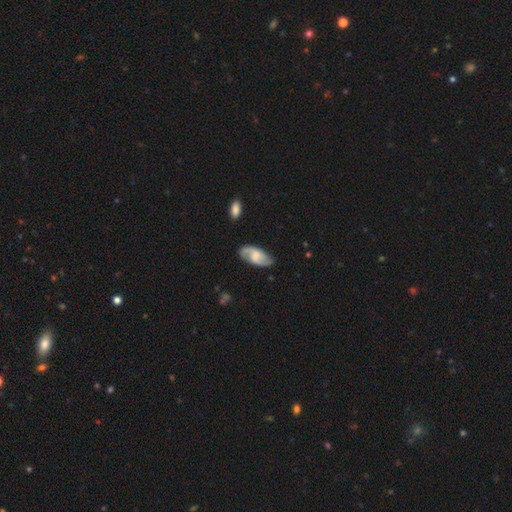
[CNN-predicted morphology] The model was most divided on "bar": weak: 45%, no: 44%, strong: 11%. Remaining: edge-on disk — no (95%); spiral arms — yes (91%); spiral arm count — 2 (84%); merging — none (73%); smooth or featured — featured or disk (63%); spiral winding — medium (45%); bulge size — moderate (32%).